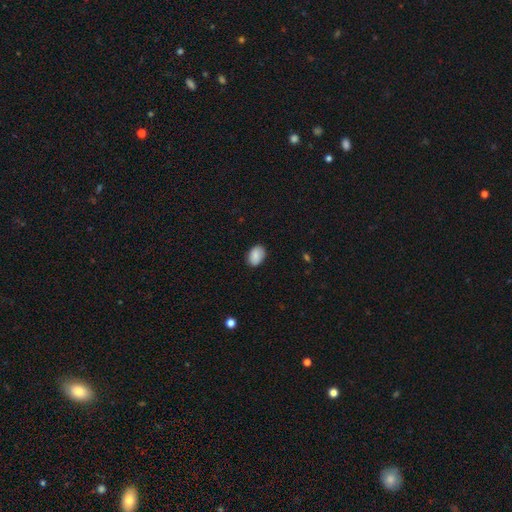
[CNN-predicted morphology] Smooth or featured?
  - smooth: 86% *
  - star or artifact: 7%
  - featured or disk: 7%
How rounded?
  - in between: 85% *
  - round: 14%
  - cigar-shaped: 1%
Merging?
  - none: 86% *
  - minor disturbance: 11%
  - major disturbance: 2%
  - merger: 1%